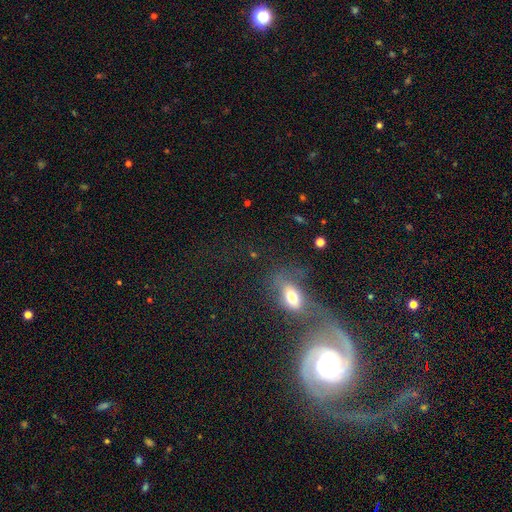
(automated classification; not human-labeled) smooth_or_featured: featured or disk (p=0.68) [alt: smooth p=0.20]
disk_edge_on: no (p=0.95) [alt: yes p=0.05]
bar: no (p=0.61) [alt: weak p=0.26]
has_spiral_arms: yes (p=0.85) [alt: no p=0.15]
spiral_winding: medium (p=0.41) [alt: loose p=0.38]
spiral_arm_count: 2 (p=0.75) [alt: 1 p=0.13]
bulge_size: moderate (p=0.43) [alt: large p=0.33]
merging: merger (p=0.38) [alt: none p=0.32]